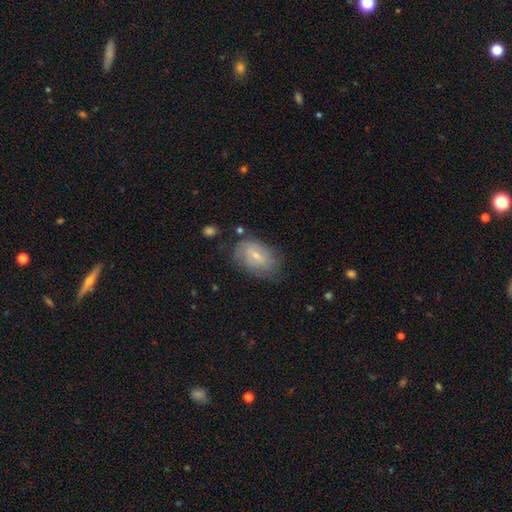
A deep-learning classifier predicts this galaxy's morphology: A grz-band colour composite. It shows a smooth galaxy with no disk features (49%). Merging: none (60%).